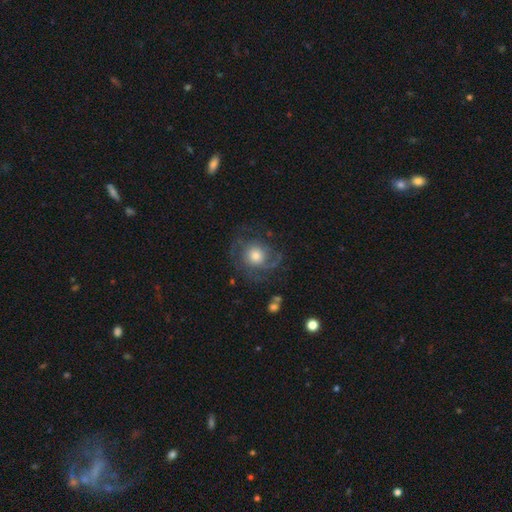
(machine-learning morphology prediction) smooth-or-featured: featured or disk: 60% | smooth: 30% | star or artifact: 9%
  disk-edge-on: no: 97% | yes: 3%
    bar: no: 82% | weak: 15% | strong: 3%
    has-spiral-arms: yes: 82% | no: 18%
    bulge-size: moderate: 54% | large: 25% | small: 16% | dominant: 3% | none: 2%
  merging: none: 64% | major disturbance: 17% | minor disturbance: 17% | merger: 2%